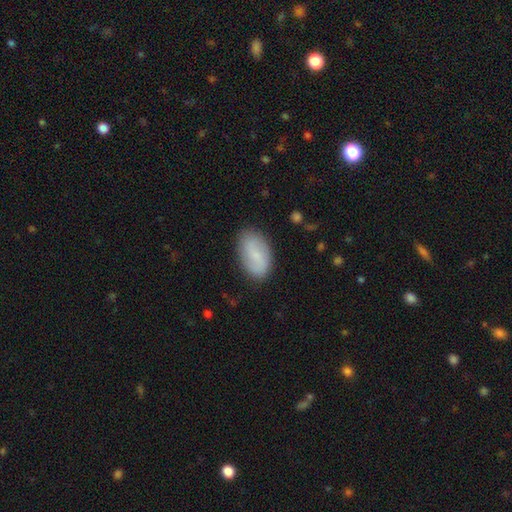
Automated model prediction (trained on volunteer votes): A smooth galaxy with no disk features (61%) that is in between round and cigar-shaped (93%).

Vote fractions:
- Smooth or featured? smooth: 61% / featured or disk: 32% / star or artifact: 7%
- How rounded? in between: 93% / round: 5% / cigar-shaped: 3%
- Merging? none: 83% / minor disturbance: 13% / major disturbance: 3% / merger: 1%